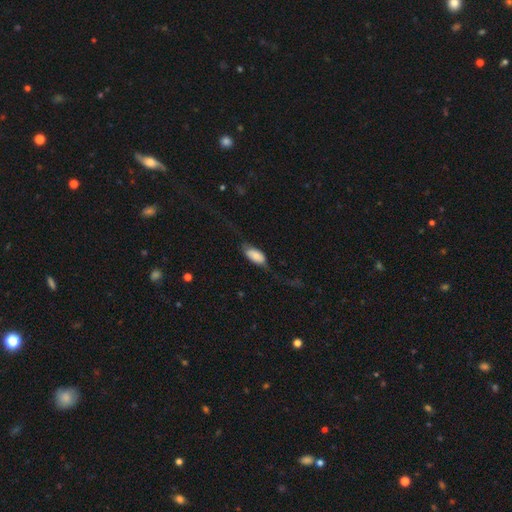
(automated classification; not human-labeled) smooth_or_featured: smooth (p=0.67) [alt: featured or disk p=0.26]
how_rounded: in between (p=0.87) [alt: cigar-shaped p=0.10]
merging: none (p=0.42) [alt: major disturbance p=0.33]